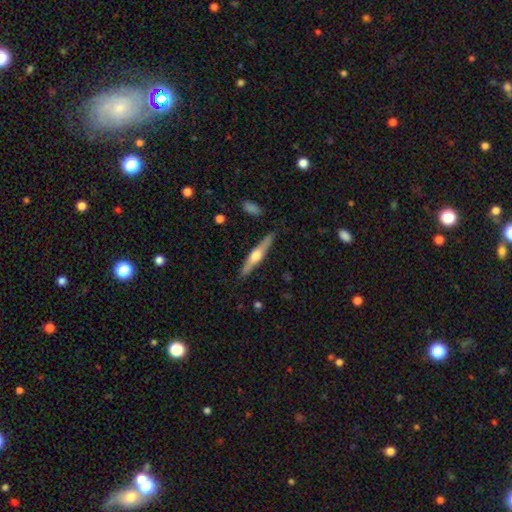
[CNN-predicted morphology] Smooth or featured: featured or disk — 65% (smooth — 29%)
Edge-on disk: yes — 97% (no — 3%)
Edge-on bulge: rounded — 94% (boxy — 3%)
Merging: none — 88% (minor disturbance — 8%)